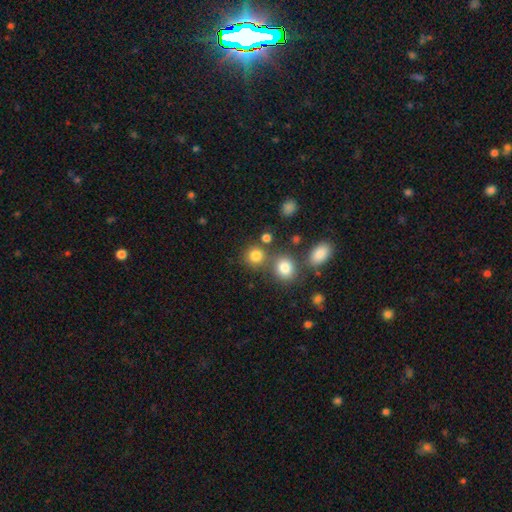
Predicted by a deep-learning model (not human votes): A smooth galaxy with no disk features (81%) that is round (84%). Merging: none (66%).